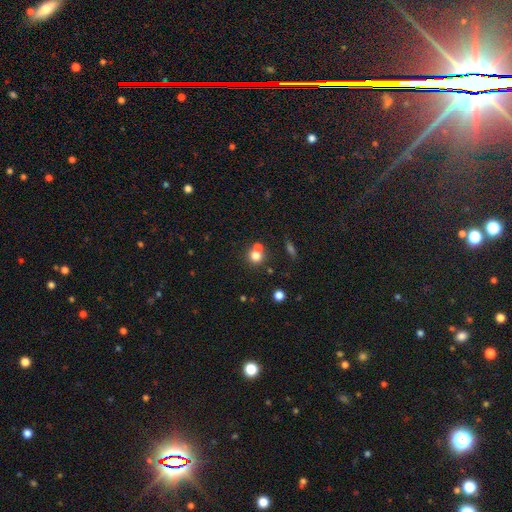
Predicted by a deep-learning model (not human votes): smooth_or_featured: smooth (p=0.74) [alt: star or artifact p=0.14]
how_rounded: round (p=0.86) [alt: in between p=0.13]
merging: none (p=0.50) [alt: merger p=0.40]